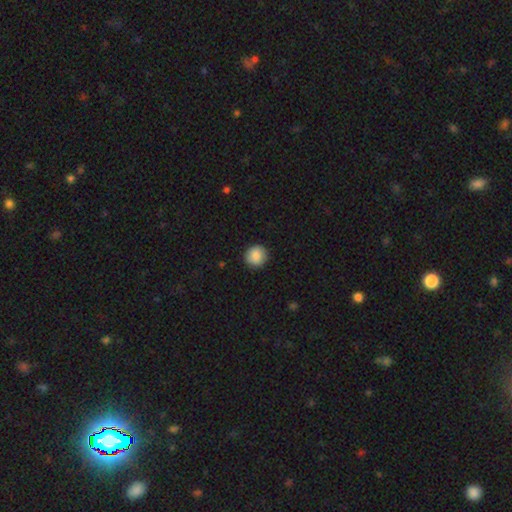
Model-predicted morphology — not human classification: Q: Smooth or featured?
A: smooth (88%); runner-up: star or artifact (8%)
Q: How rounded?
A: round (91%); runner-up: in between (8%)
Q: Merging?
A: none (91%); runner-up: minor disturbance (6%)